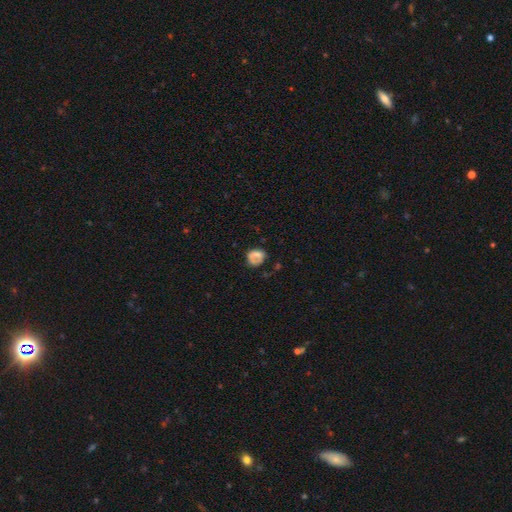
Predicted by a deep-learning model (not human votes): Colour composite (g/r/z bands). It shows a smooth galaxy with no disk features (61%) that is round (65%). Merging: none (45%).